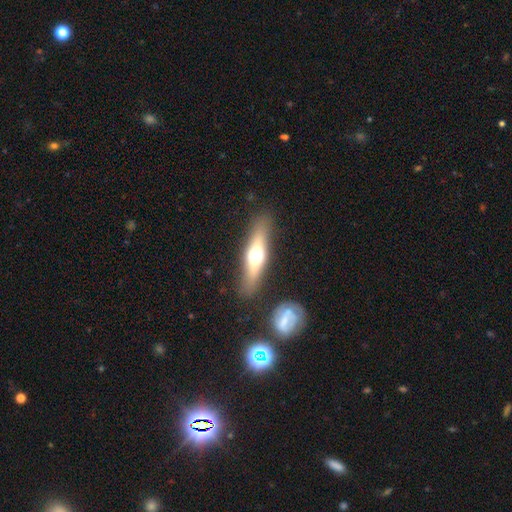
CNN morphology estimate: type=featured or disk (52%); edge-on=yes (86%); merging=none (84%).